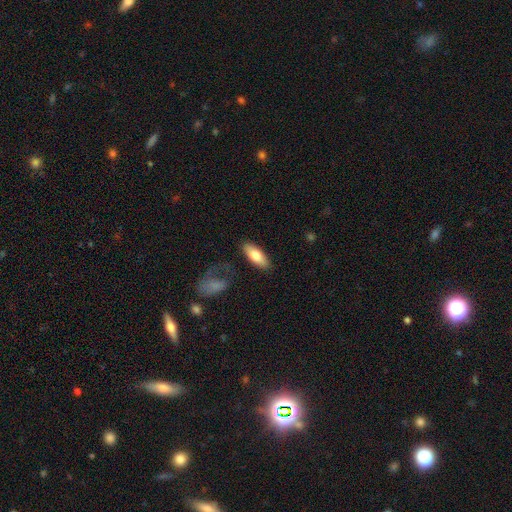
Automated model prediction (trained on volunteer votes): Morphology: type=smooth (76%); roundness=in between (76%); merging=none (84%).